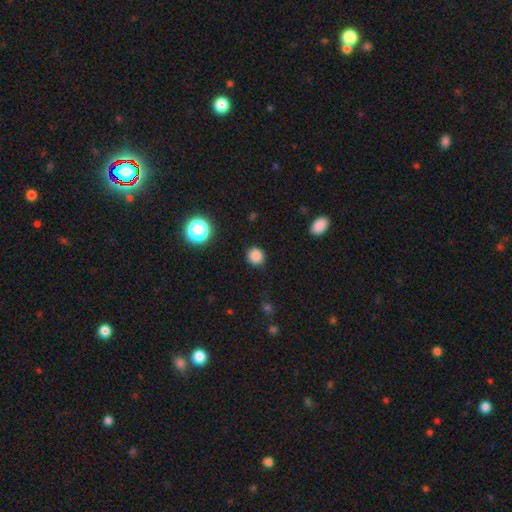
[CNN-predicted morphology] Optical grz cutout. It shows a smooth galaxy with no disk features (84%) that is round (91%). Merging: none (89%).